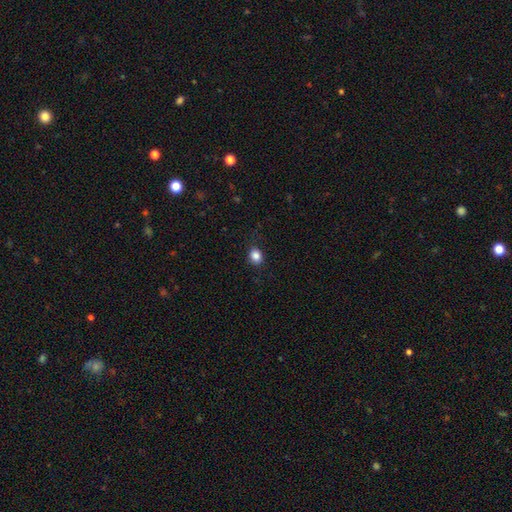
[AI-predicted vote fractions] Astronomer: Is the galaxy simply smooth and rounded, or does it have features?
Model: smooth — 85%.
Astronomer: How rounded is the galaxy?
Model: round — 57% (runner-up: in between, 42%).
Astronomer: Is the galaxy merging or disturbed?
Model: none — 85%.